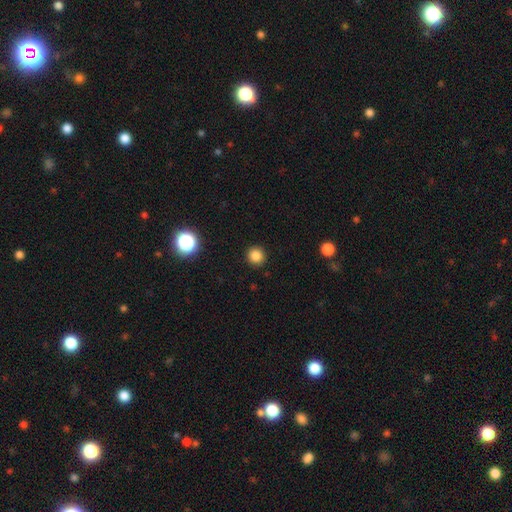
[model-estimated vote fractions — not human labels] smooth 85%, star or artifact 12%, featured or disk 3%. Down the decision tree: how rounded — round (94%); merging — none (92%).